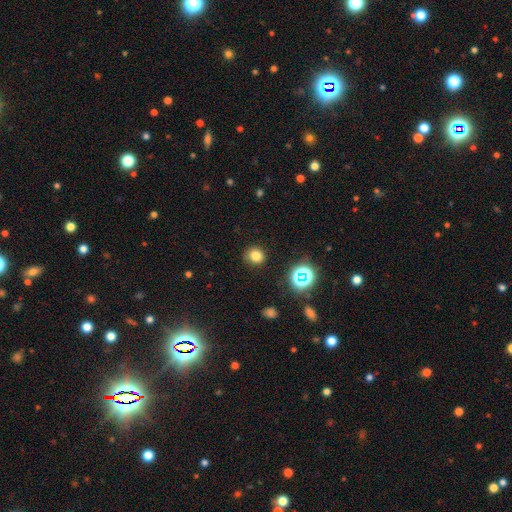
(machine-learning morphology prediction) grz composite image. It shows a smooth galaxy with no disk features (76%) that is round (82%). Merging: none (86%).